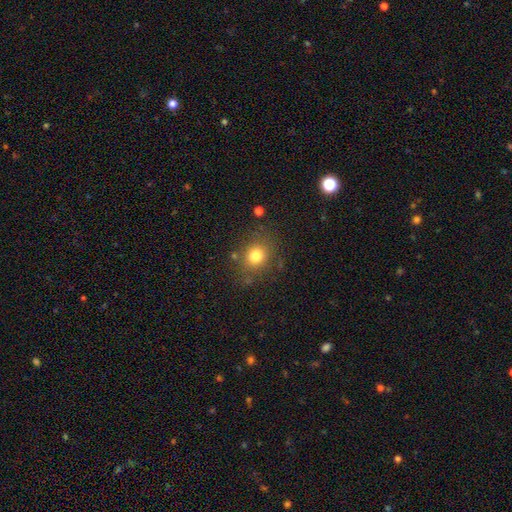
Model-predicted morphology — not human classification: This appears to be a smooth galaxy with no disk features (78%) that is round (69%). Merging: none (79%).